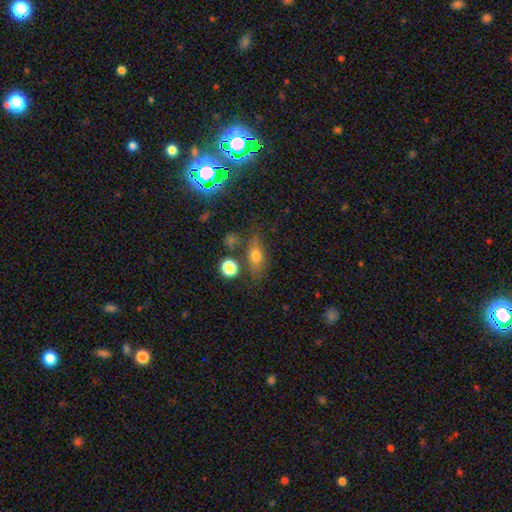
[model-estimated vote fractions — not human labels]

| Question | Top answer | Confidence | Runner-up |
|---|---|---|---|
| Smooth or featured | smooth | 69% | featured or disk (17%) |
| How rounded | in between | 69% | round (18%) |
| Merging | none | 65% | minor disturbance (18%) |